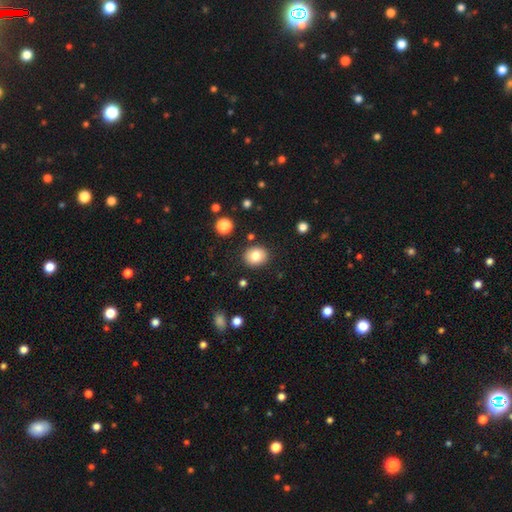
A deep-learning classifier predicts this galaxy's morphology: smooth 81%, star or artifact 10%, featured or disk 9%. Down the decision tree: how rounded — round (66%); merging — none (87%).